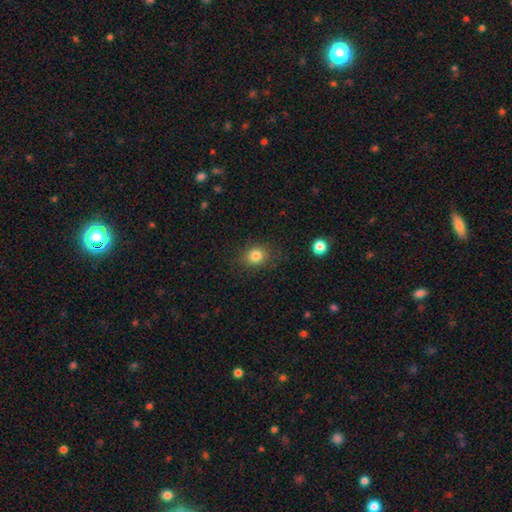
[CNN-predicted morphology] A smooth galaxy with no disk features (83%) that is round (70%).

Vote fractions:
- Smooth or featured? smooth: 83% / star or artifact: 11% / featured or disk: 6%
- How rounded? round: 70% / in between: 29% / cigar-shaped: 1%
- Merging? none: 84% / minor disturbance: 11% / major disturbance: 4% / merger: 1%